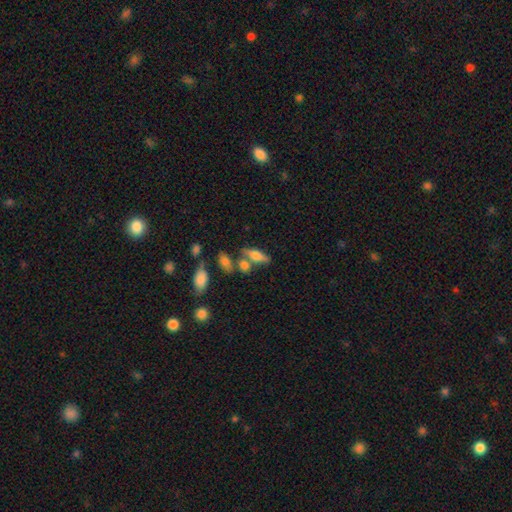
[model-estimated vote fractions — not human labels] smooth_or_featured: smooth (p=0.59) [alt: featured or disk p=0.32]
how_rounded: in between (p=0.59) [alt: cigar-shaped p=0.36]
merging: none (p=0.57) [alt: merger p=0.22]